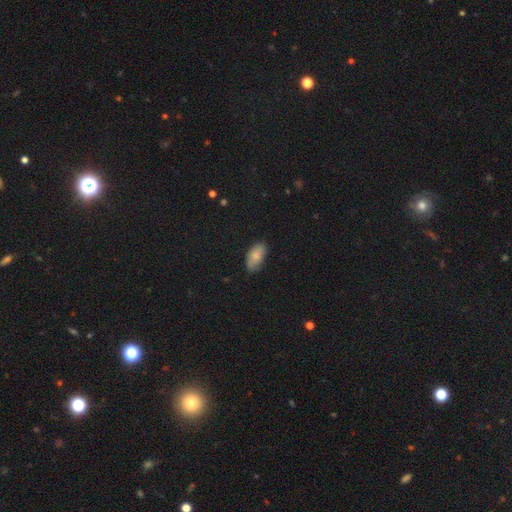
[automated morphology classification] Overall: smooth (82%). How rounded: in between (94%). Merging: none (74%).